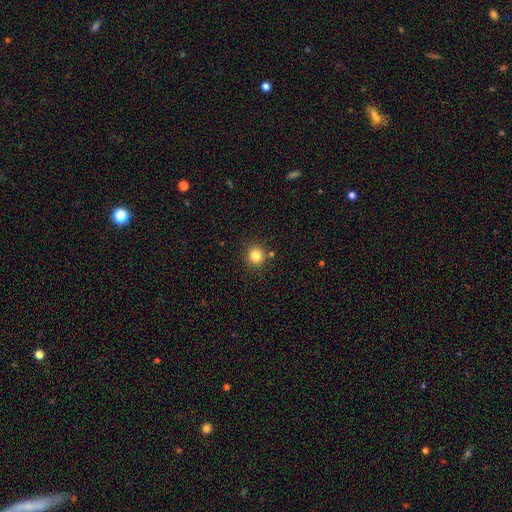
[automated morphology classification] This is clearly a smooth galaxy (83%). How rounded: clearly round (93%). Merging: clearly none (85%).